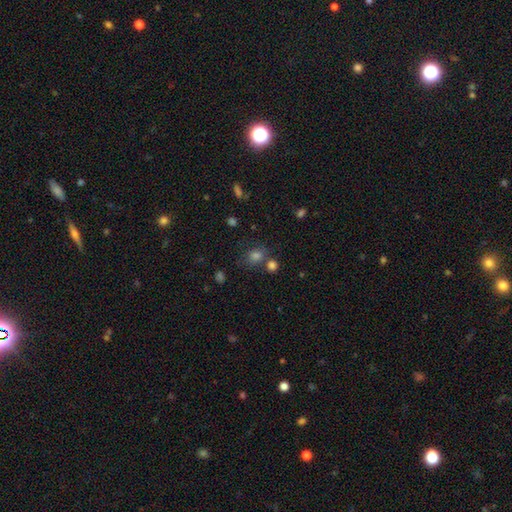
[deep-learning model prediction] The model was most divided on "how rounded": round: 55%, in between: 43%, cigar-shaped: 1%. More confident: smooth or featured — smooth (74%); merging — none (64%).